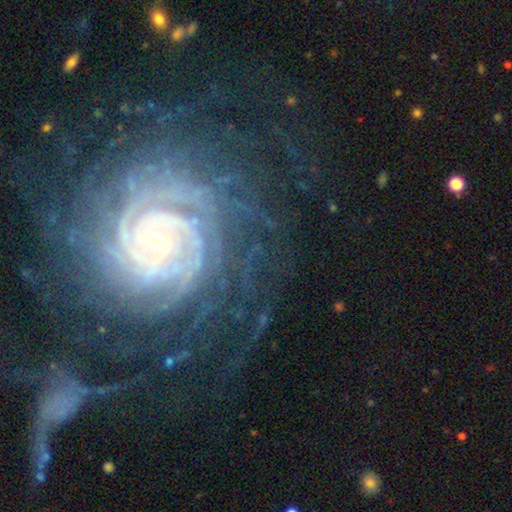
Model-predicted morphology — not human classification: This is clearly a featured or disk galaxy (87%). It is clearly not viewed edge-on (97%). Bar: possibly no (47%). Spiral arm pattern: clearly yes (98%). Spiral arm count: marginally more than 4 (23%). Spiral winding: clearly tight (85%). Central bulge: likely small (76%). Merging: likely none (72%).